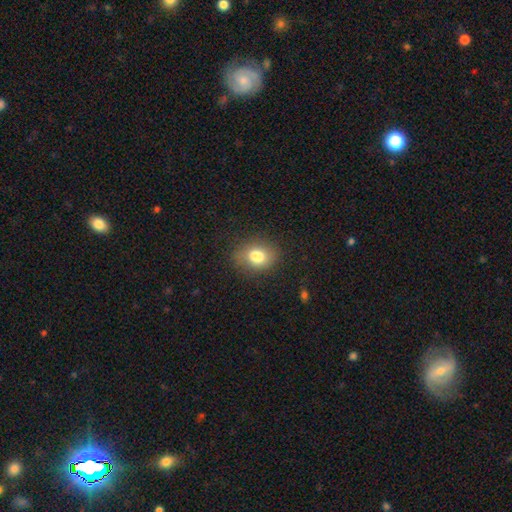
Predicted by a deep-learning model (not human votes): Smooth or featured? smooth (80%)
How rounded? in between (54%)
Merging? none (75%)